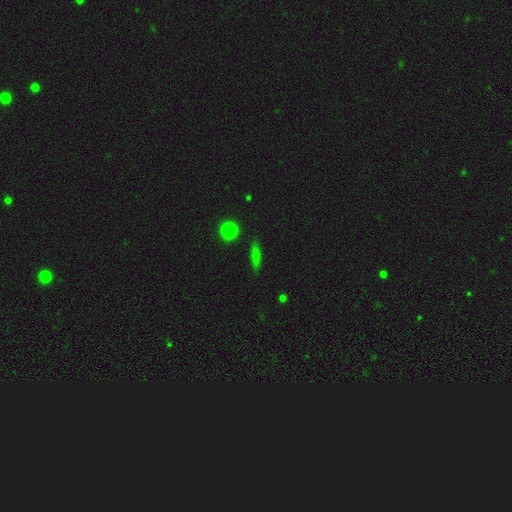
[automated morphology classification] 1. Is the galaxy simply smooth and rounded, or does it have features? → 72% smooth, 16% featured or disk, 12% star or artifact.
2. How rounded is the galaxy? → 74% cigar-shaped, 20% in between, 6% round.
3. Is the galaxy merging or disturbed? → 86% none, 10% minor disturbance, 2% major disturbance, 2% merger.